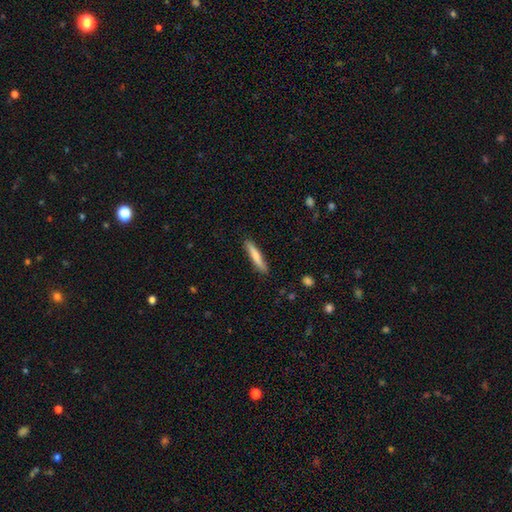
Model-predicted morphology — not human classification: The model was most divided on "smooth or featured": smooth: 72%, featured or disk: 23%, star or artifact: 5%. More confident: how rounded — cigar-shaped (92%); merging — none (87%).